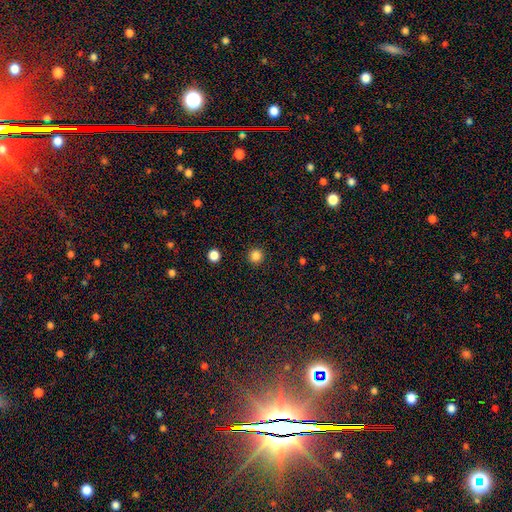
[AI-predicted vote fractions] A smooth galaxy with no disk features (84%) that is round (95%). Merging: none (92%).